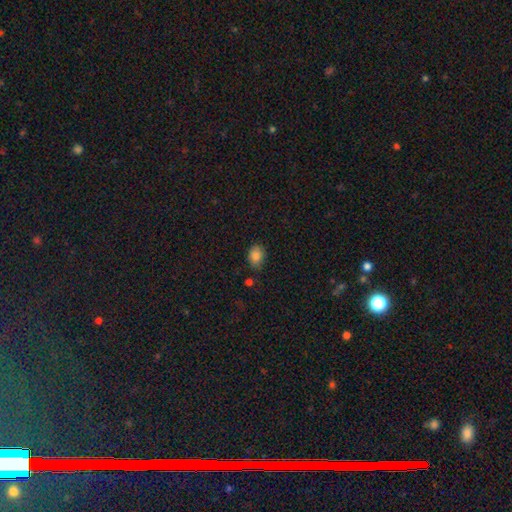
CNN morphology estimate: Smooth or featured: smooth — 85% (star or artifact — 10%)
How rounded: in between — 67% (round — 32%)
Merging: none — 77% (minor disturbance — 17%)